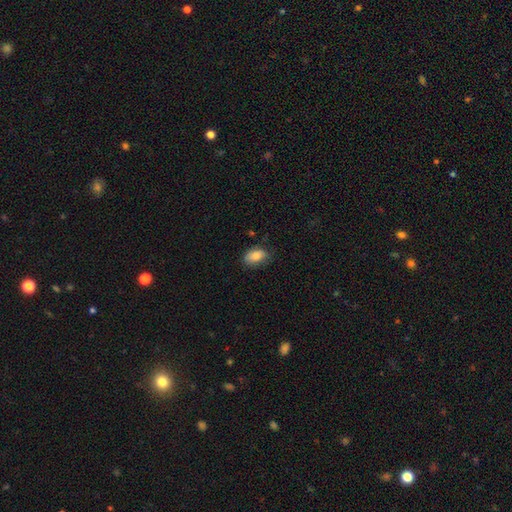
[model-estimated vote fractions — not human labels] smooth 82%, featured or disk 10%, star or artifact 8%. Down the decision tree: how rounded — in between (90%); merging — none (73%).